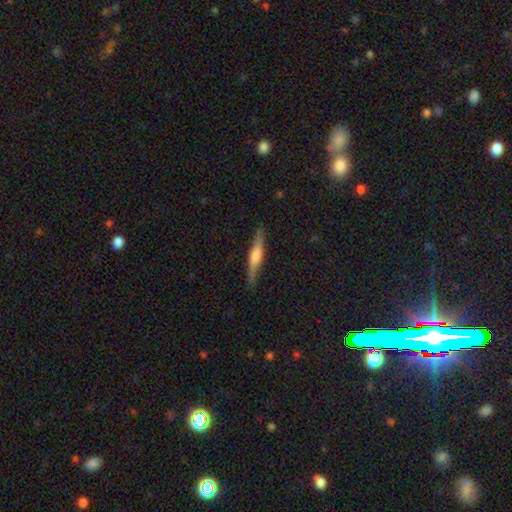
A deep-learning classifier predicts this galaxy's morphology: smooth-or-featured: featured or disk: 52% | smooth: 43% | star or artifact: 5%
  disk-edge-on: yes: 95% | no: 5%
  merging: none: 87% | minor disturbance: 10% | major disturbance: 2% | merger: 1%